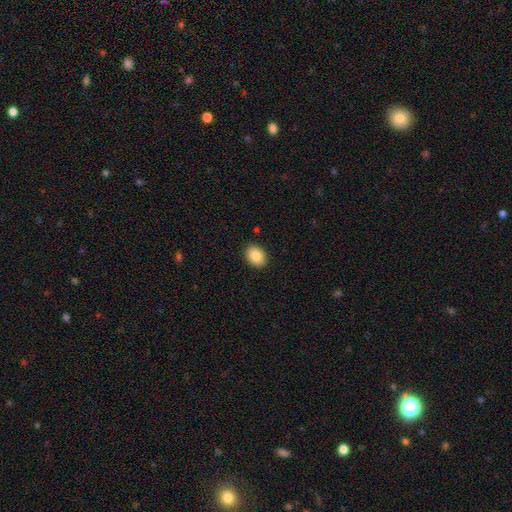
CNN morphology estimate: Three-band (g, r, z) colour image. It shows a smooth galaxy with no disk features (86%) that is in between round and cigar-shaped (74%). Merging: none (90%).